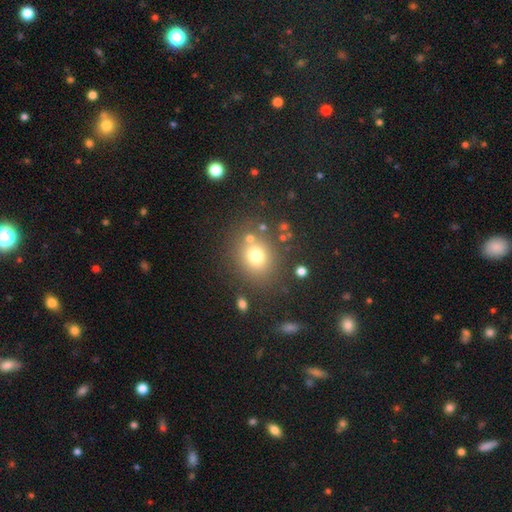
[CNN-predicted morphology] Smooth or featured? smooth (73%)
How rounded? round (74%)
Merging? none (76%)